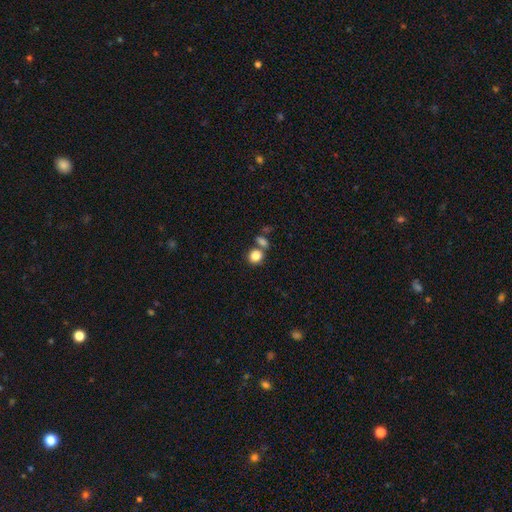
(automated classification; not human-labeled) Smooth or featured? smooth (83%)
How rounded? round (81%)
Merging? none (60%)